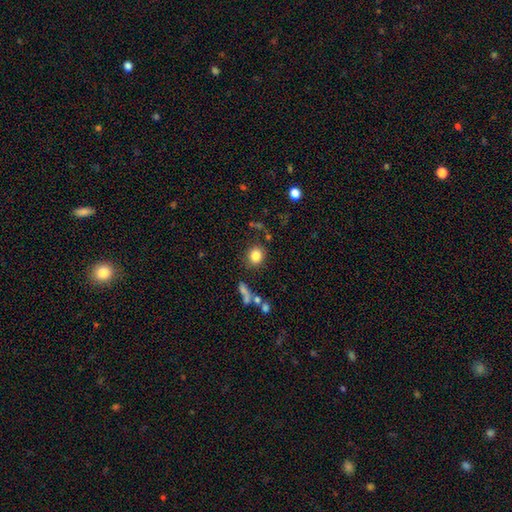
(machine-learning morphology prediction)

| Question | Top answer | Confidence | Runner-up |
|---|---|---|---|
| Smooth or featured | smooth | 82% | star or artifact (10%) |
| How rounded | round | 77% | in between (22%) |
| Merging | none | 81% | minor disturbance (10%) |